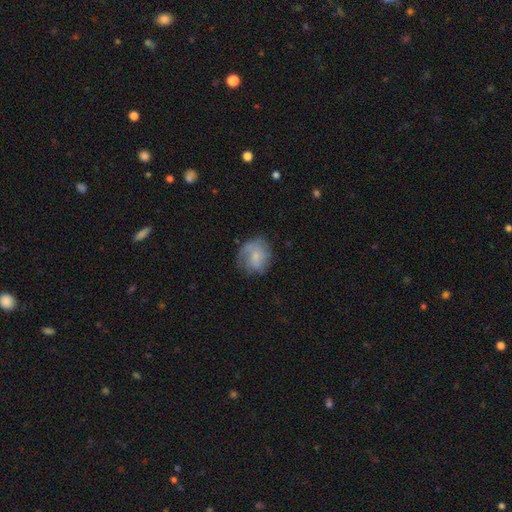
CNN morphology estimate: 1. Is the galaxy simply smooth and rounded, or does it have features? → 54% smooth, 38% featured or disk, 8% star or artifact.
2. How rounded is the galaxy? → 75% round, 24% in between, 1% cigar-shaped.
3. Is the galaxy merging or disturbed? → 61% none, 24% minor disturbance, 13% major disturbance, 2% merger.